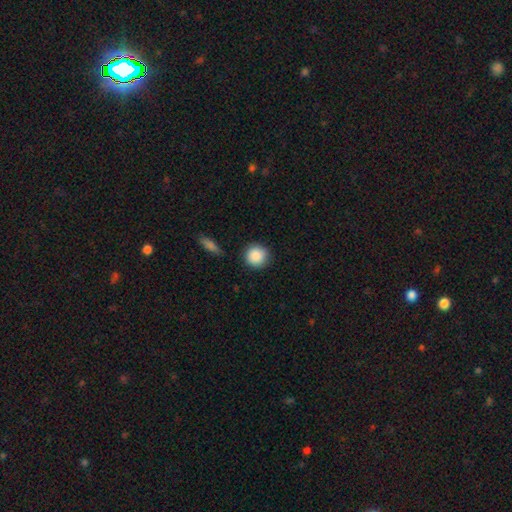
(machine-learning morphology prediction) Smooth or featured? Predicted: smooth (p=0.89). How rounded? Predicted: round (p=0.94). Merging? Predicted: none (p=0.87).